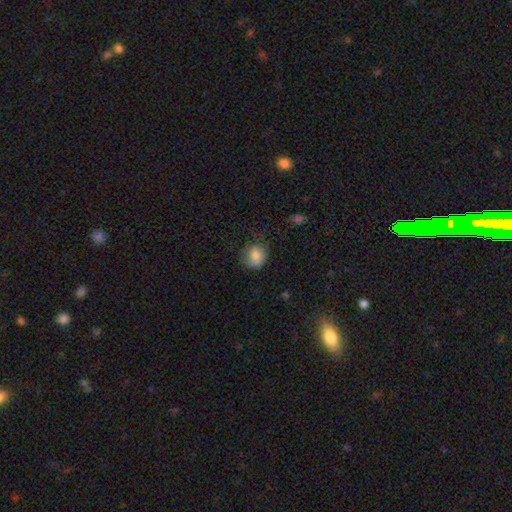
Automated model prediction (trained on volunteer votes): Smooth or featured?
  - smooth: 82% *
  - featured or disk: 9%
  - star or artifact: 9%
How rounded?
  - round: 72% *
  - in between: 27%
  - cigar-shaped: 1%
Merging?
  - none: 63% *
  - minor disturbance: 25%
  - major disturbance: 10%
  - merger: 1%